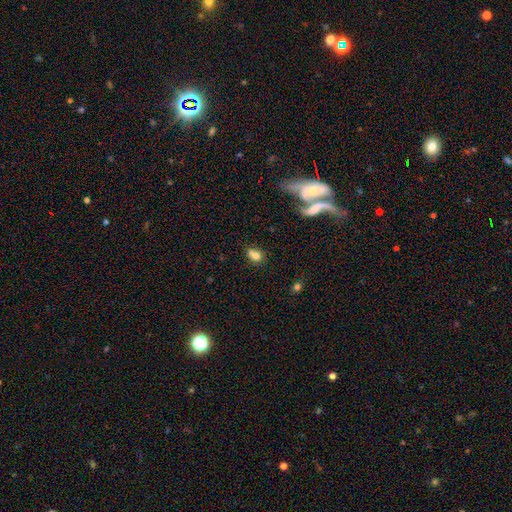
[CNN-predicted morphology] Q: Smooth or featured?
A: smooth (71%); runner-up: featured or disk (16%)
Q: How rounded?
A: in between (53%); runner-up: round (45%)
Q: Merging?
A: none (44%); runner-up: merger (32%)